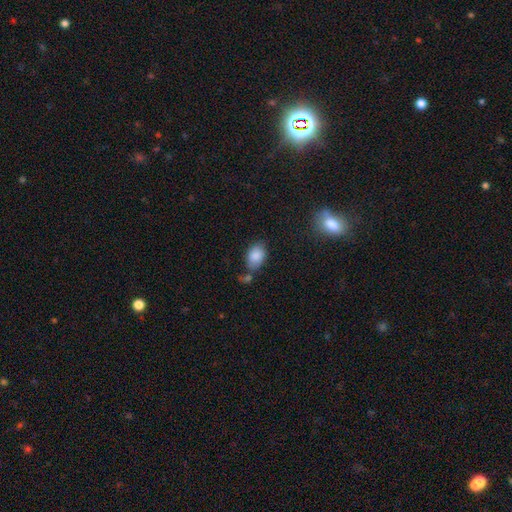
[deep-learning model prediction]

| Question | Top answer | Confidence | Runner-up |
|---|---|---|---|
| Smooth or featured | smooth | 85% | star or artifact (8%) |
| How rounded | in between | 82% | round (17%) |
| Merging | none | 59% | minor disturbance (21%) |